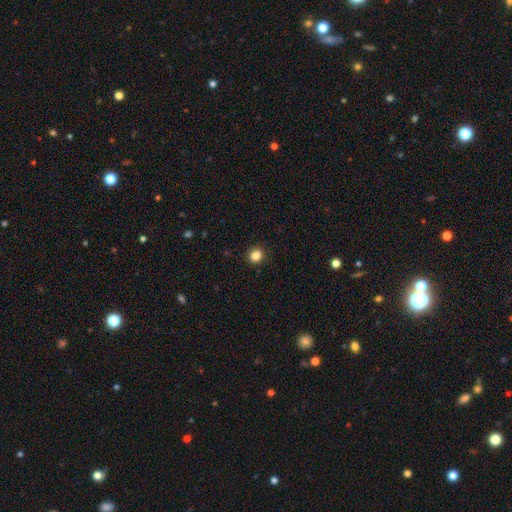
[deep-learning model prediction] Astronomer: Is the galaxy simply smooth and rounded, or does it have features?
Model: smooth — 85%.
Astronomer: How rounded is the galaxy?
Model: round — 88%.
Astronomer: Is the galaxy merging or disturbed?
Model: none — 92%.